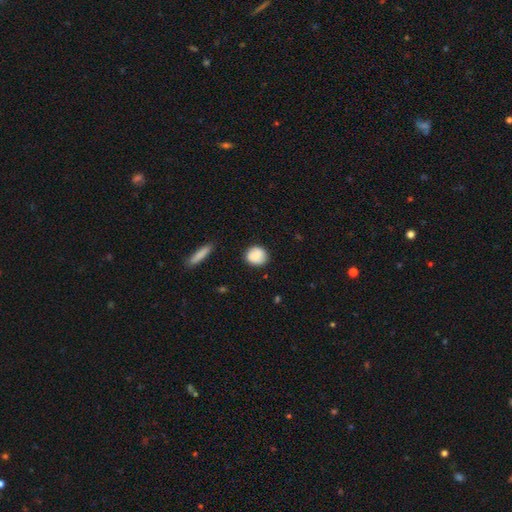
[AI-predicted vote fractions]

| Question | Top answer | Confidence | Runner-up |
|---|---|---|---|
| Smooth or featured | smooth | 81% | featured or disk (11%) |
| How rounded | round | 83% | in between (16%) |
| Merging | none | 83% | minor disturbance (13%) |